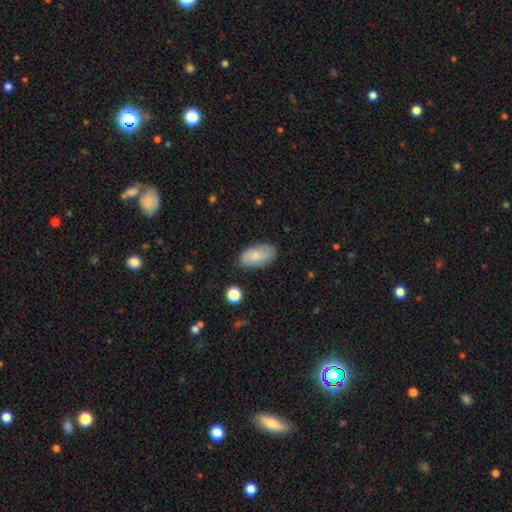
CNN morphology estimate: Q: Smooth or featured?
A: smooth (67%); runner-up: featured or disk (26%)
Q: How rounded?
A: in between (93%); runner-up: round (4%)
Q: Merging?
A: none (79%); runner-up: minor disturbance (16%)